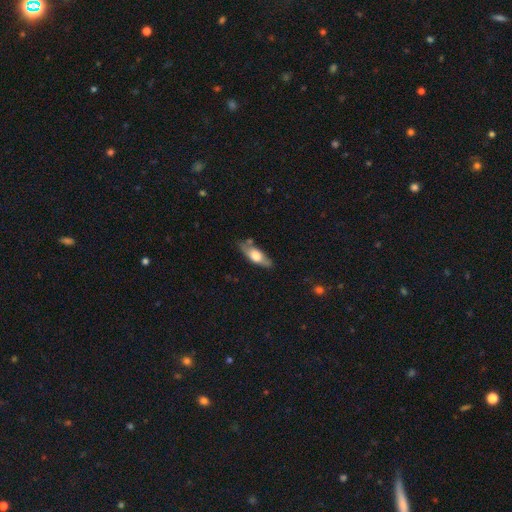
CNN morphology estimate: Smooth or featured: smooth — 55% (featured or disk — 39%)
How rounded: in between — 62% (cigar-shaped — 35%)
Merging: none — 72% (minor disturbance — 20%)